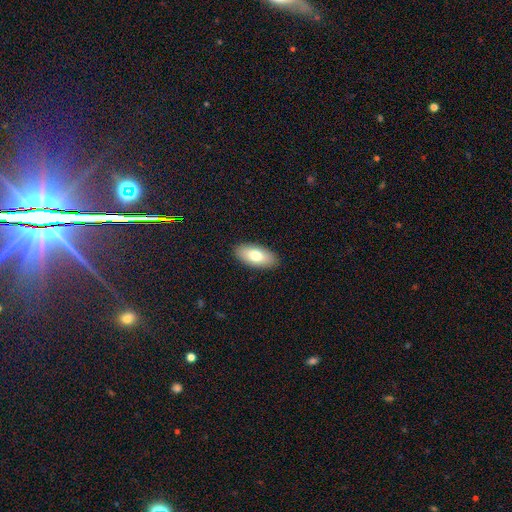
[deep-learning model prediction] This is likely a smooth galaxy (78%). How rounded: clearly in between (90%). Merging: clearly none (90%).